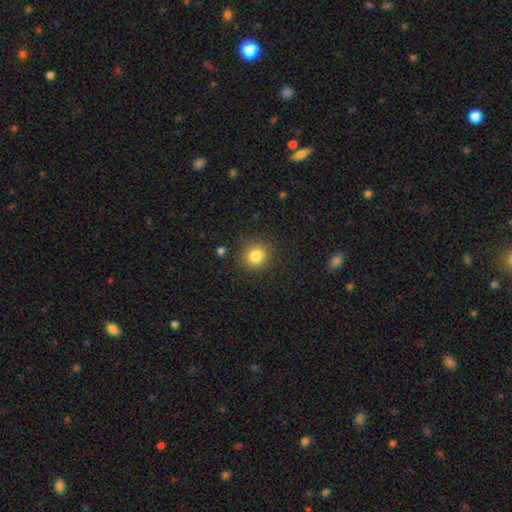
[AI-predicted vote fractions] Q: Smooth or featured?
A: smooth (83%); runner-up: star or artifact (11%)
Q: How rounded?
A: round (91%); runner-up: in between (8%)
Q: Merging?
A: none (87%); runner-up: minor disturbance (8%)